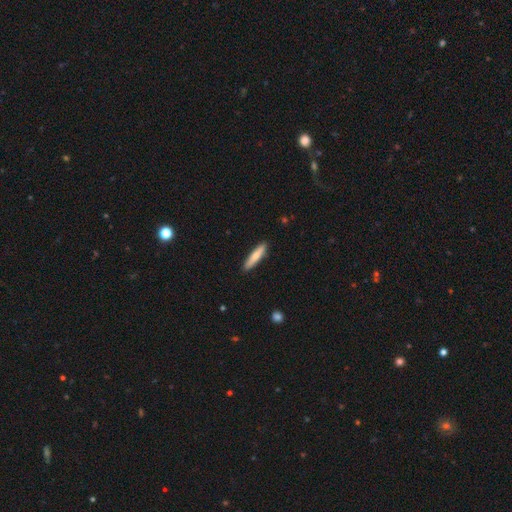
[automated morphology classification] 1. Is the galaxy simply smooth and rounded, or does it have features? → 74% smooth, 21% featured or disk, 5% star or artifact.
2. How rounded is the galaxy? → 88% cigar-shaped, 11% in between, 1% round.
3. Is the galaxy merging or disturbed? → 90% none, 7% minor disturbance, 1% major disturbance, 1% merger.